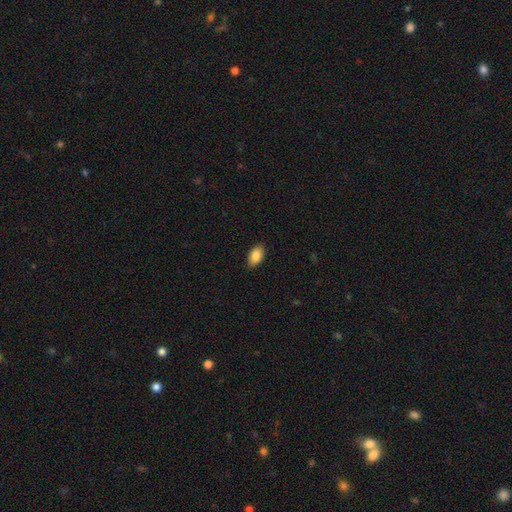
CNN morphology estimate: Smooth or featured: smooth — 87% (star or artifact — 7%)
How rounded: in between — 92% (round — 6%)
Merging: none — 86% (minor disturbance — 11%)